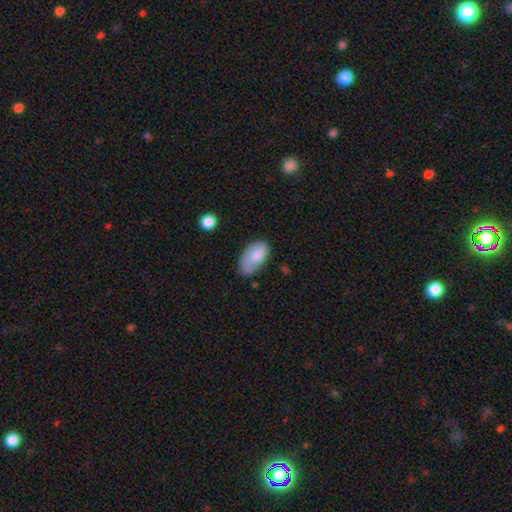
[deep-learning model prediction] smooth 74%, featured or disk 19%, star or artifact 6%. Down the decision tree: how rounded — in between (94%); merging — none (48%).